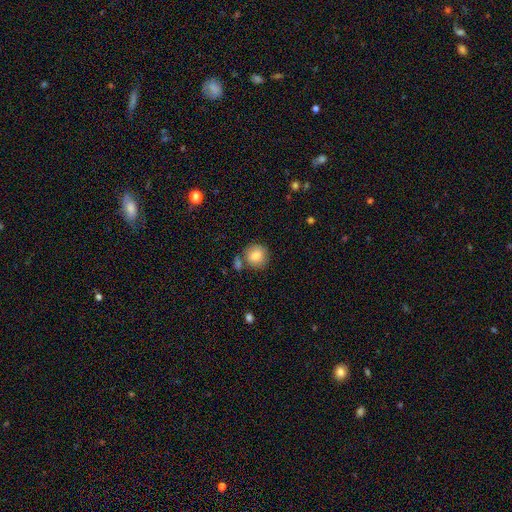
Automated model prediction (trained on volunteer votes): Smooth or featured: smooth — 83% (featured or disk — 9%)
How rounded: round — 89% (in between — 10%)
Merging: none — 69% (merger — 15%)